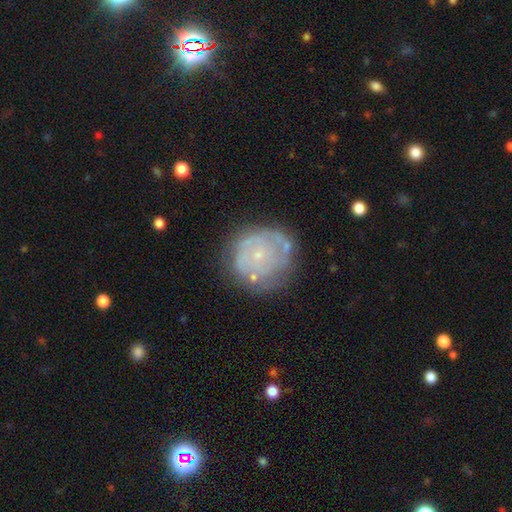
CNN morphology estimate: This appears to be a featured or disk galaxy (61%) with no bar (82%), spiral arms (69%) and a small central bulge (81%). Merging: none (72%).